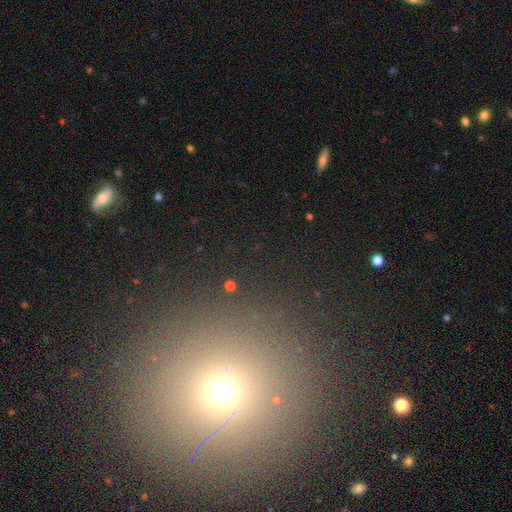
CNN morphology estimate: Smooth or featured: smooth — 53% (star or artifact — 38%)
How rounded: round — 86% (in between — 12%)
Merging: none — 88% (minor disturbance — 6%)